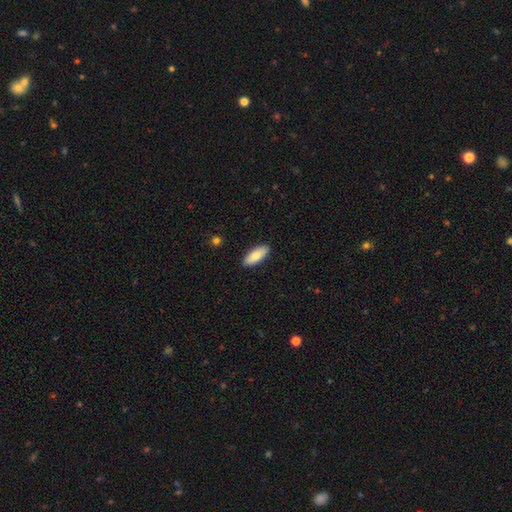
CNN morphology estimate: This is clearly a smooth galaxy (80%). How rounded: likely in between (77%). Merging: clearly none (90%).